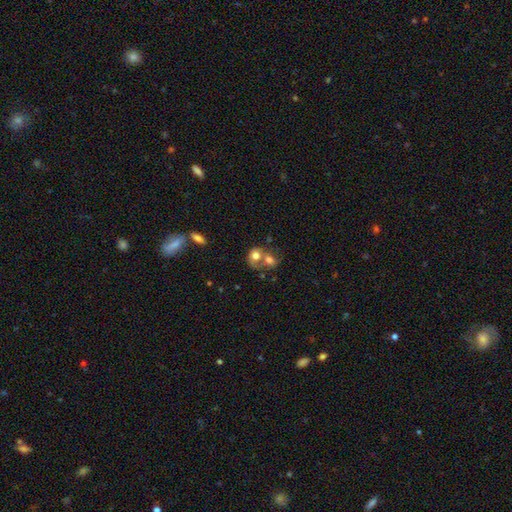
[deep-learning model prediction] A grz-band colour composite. It shows a smooth galaxy with no disk features (66%) that is round (59%). Merging: merger (67%).